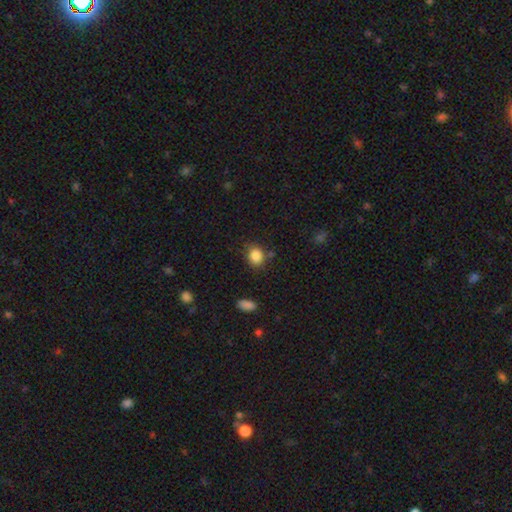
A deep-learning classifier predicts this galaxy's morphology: The model was most divided on "how rounded": round: 57%, in between: 42%, cigar-shaped: 1%. More confident: smooth or featured — smooth (86%); merging — none (76%).